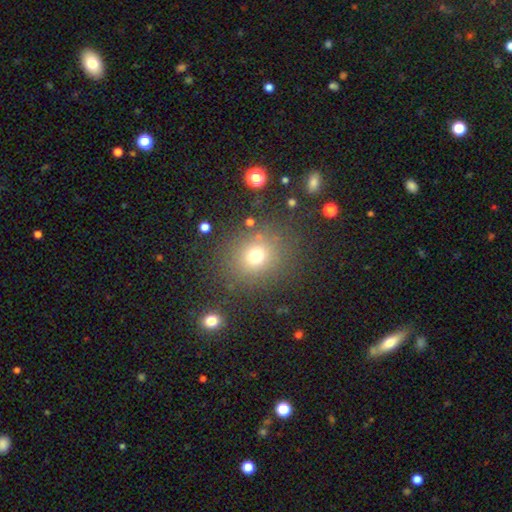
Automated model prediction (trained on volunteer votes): This appears to be a smooth galaxy with no disk features (71%) that is round (80%). Merging: none (82%).